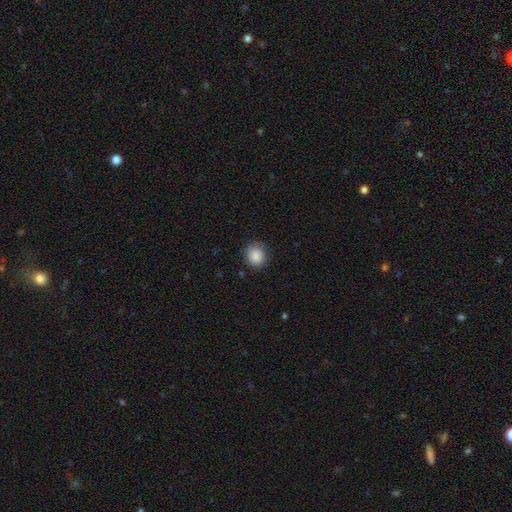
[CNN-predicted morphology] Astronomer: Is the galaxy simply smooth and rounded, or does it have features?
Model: smooth — 88%.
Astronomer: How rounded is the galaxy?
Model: round — 82%.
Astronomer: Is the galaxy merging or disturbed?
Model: none — 84%.